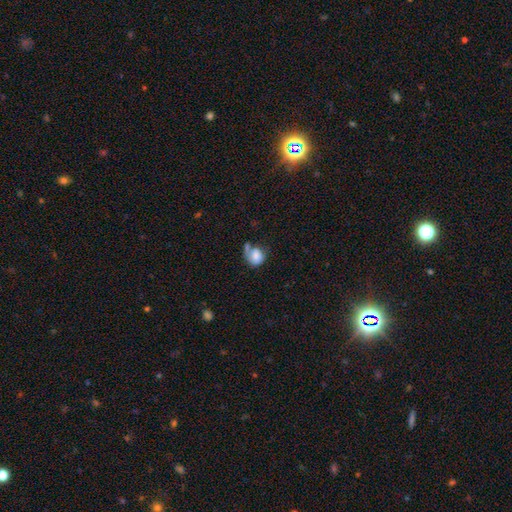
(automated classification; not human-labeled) The model was most divided on "merging": none: 36%, minor disturbance: 24%, major disturbance: 20%, merger: 20%. More confident: smooth or featured — smooth (72%); how rounded — round (61%).